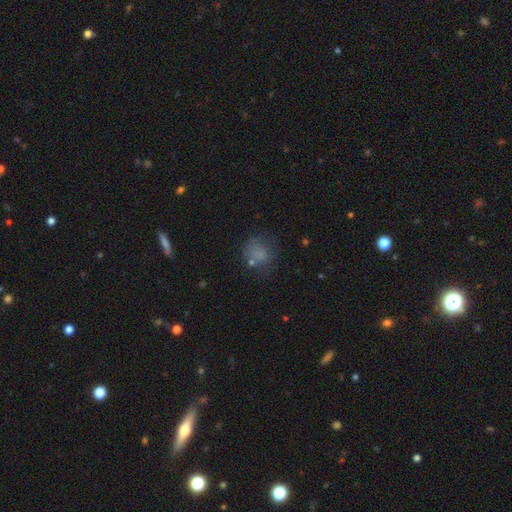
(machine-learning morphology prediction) The model was most divided on "merging": none: 60%, minor disturbance: 20%, major disturbance: 14%, merger: 6%. More confident: how rounded — round (74%); smooth or featured — smooth (67%).